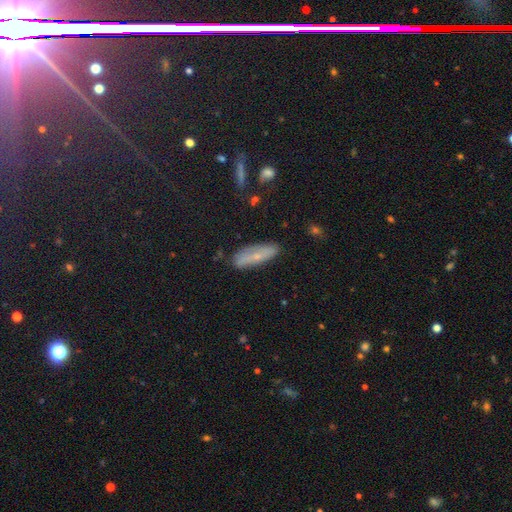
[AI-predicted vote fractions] smooth-or-featured: smooth: 53% | featured or disk: 36% | star or artifact: 11%
  how-rounded: cigar-shaped: 53% | in between: 44% | round: 3%
  merging: none: 80% | minor disturbance: 15% | major disturbance: 3% | merger: 2%